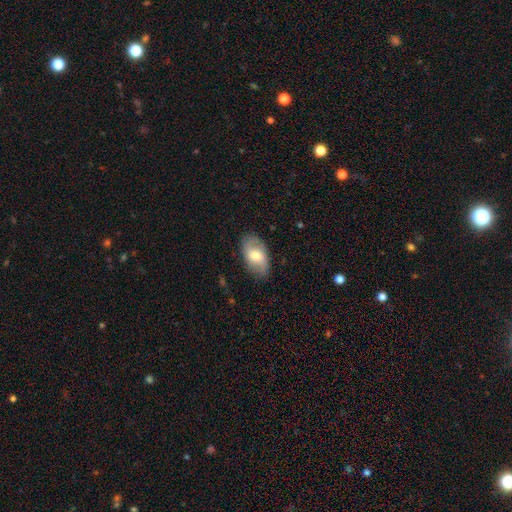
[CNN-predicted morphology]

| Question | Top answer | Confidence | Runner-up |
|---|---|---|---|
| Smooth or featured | smooth | 53% | featured or disk (40%) |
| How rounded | in between | 92% | round (6%) |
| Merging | none | 79% | minor disturbance (15%) |